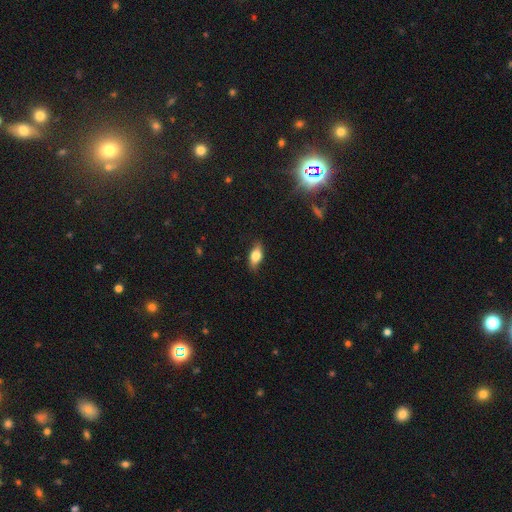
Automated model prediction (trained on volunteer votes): This appears to be a smooth galaxy with no disk features (71%) that is in between round and cigar-shaped (81%). Merging: none (80%).